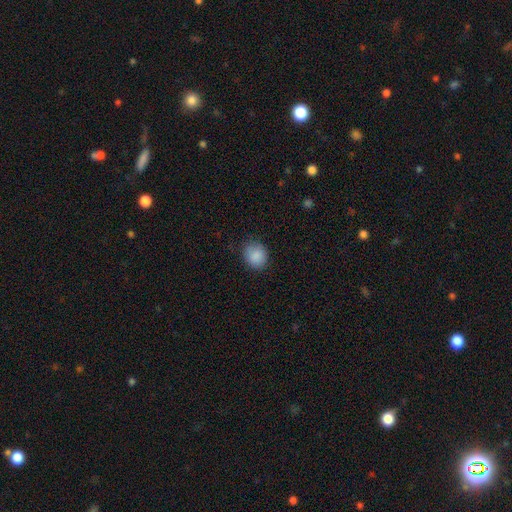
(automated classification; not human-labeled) Smooth or featured?
  - smooth: 89% *
  - star or artifact: 8%
  - featured or disk: 4%
How rounded?
  - round: 67% *
  - in between: 32%
  - cigar-shaped: 1%
Merging?
  - none: 84% *
  - minor disturbance: 12%
  - major disturbance: 3%
  - merger: 1%